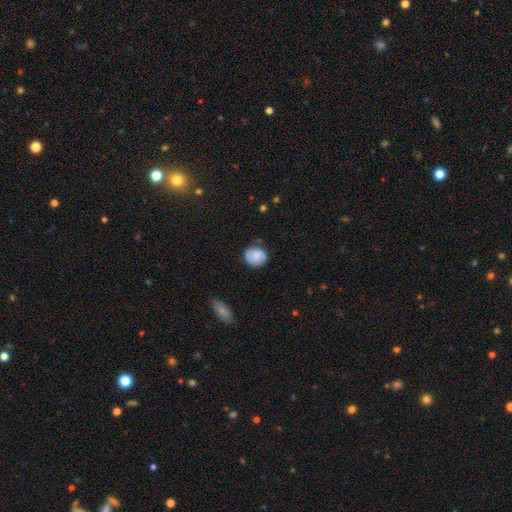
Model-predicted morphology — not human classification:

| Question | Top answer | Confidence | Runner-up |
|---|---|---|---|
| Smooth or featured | smooth | 82% | featured or disk (10%) |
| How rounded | round | 67% | in between (32%) |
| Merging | none | 77% | minor disturbance (18%) |